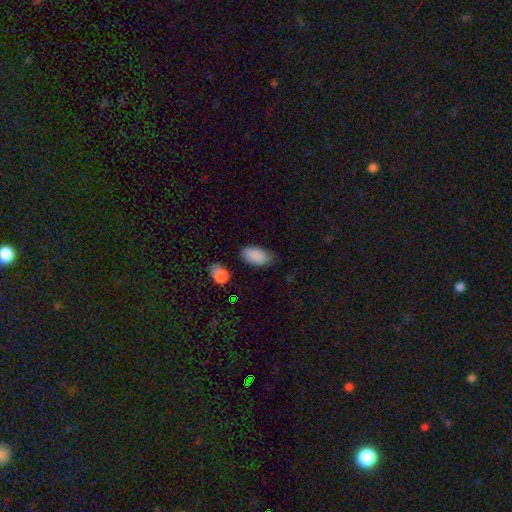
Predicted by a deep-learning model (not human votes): smooth 88%, star or artifact 7%, featured or disk 5%. Down the decision tree: how rounded — in between (94%); merging — none (72%).